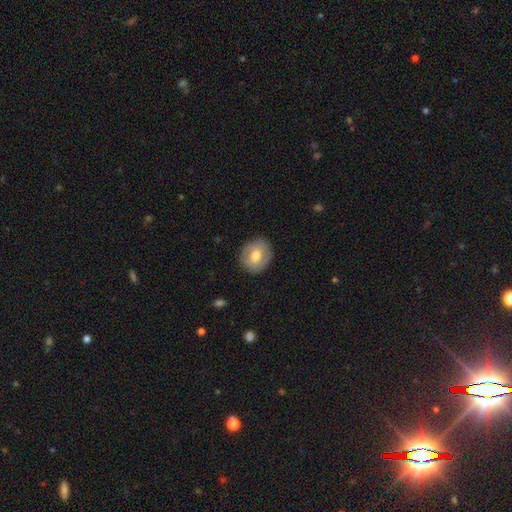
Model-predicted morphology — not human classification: This is possibly a smooth galaxy (59%). How rounded: likely round (71%). Merging: clearly none (85%).